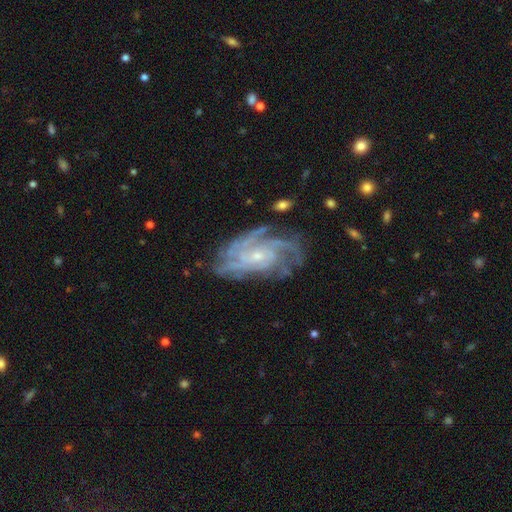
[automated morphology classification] featured or disk 88%, star or artifact 6%, smooth 5%. Down the decision tree: edge-on disk — no (96%); bar — no (67%); spiral arms — yes (97%); spiral arm count — 4 (30%); spiral winding — tight (61%); bulge size — small (76%); merging — none (68%).